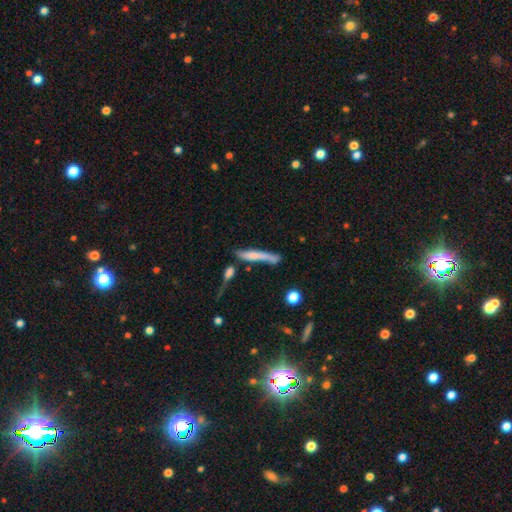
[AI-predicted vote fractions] Overall: smooth (54%; featured or disk 38%). How rounded: cigar-shaped (90%). Merging: none (41%; minor disturbance 22%).